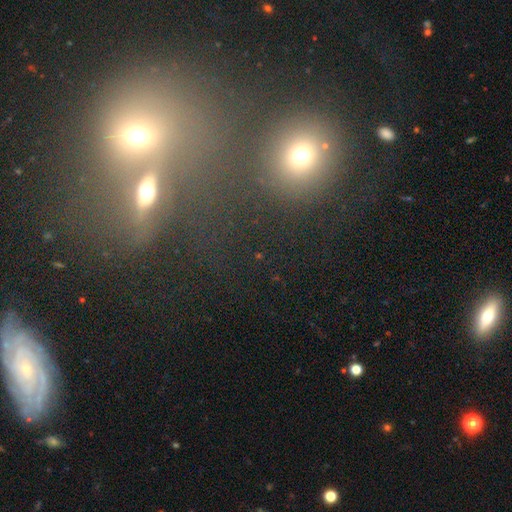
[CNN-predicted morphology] smooth 46%, star or artifact 36%, featured or disk 18%. Down the decision tree: merging — none (63%).